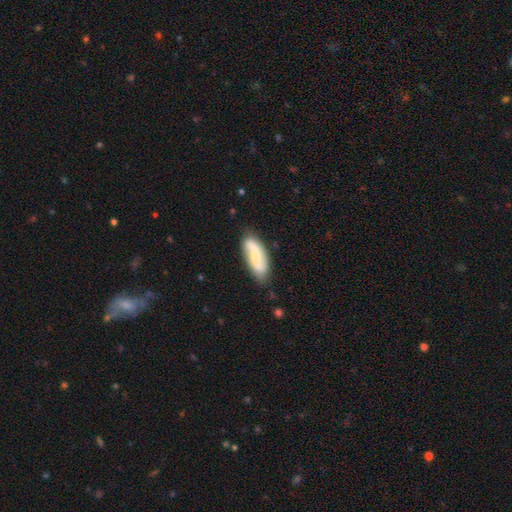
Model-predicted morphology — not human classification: Smooth or featured? Predicted: featured or disk (p=0.65). Edge-on disk? Predicted: no (p=0.92). Bar? Predicted: weak (p=0.43). Spiral arms? Predicted: yes (p=0.92). Spiral winding? Predicted: loose (p=0.69). Spiral arm count? Predicted: 2 (p=0.90). Bulge size? Predicted: small (p=0.52). Merging? Predicted: none (p=0.80).